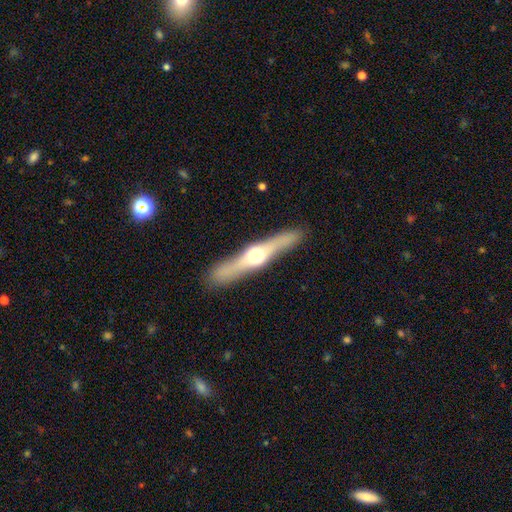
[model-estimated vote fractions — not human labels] This is likely a featured or disk galaxy (74%). It is clearly viewed edge-on (95%). Edge-on bulge: clearly rounded (92%). Merging: clearly none (89%).